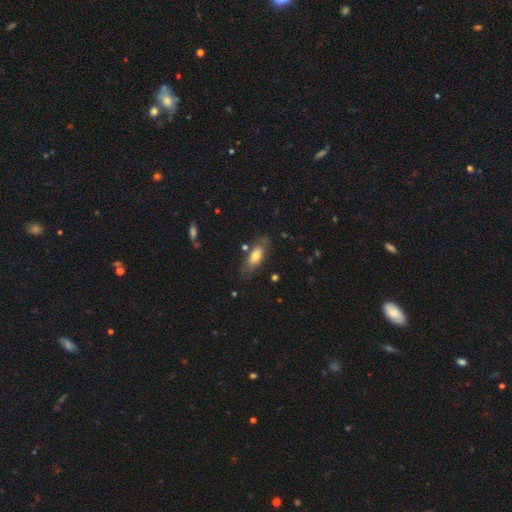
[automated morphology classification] Q: Smooth or featured?
A: smooth (67%); runner-up: featured or disk (26%)
Q: How rounded?
A: in between (72%); runner-up: cigar-shaped (25%)
Q: Merging?
A: none (75%); runner-up: minor disturbance (17%)